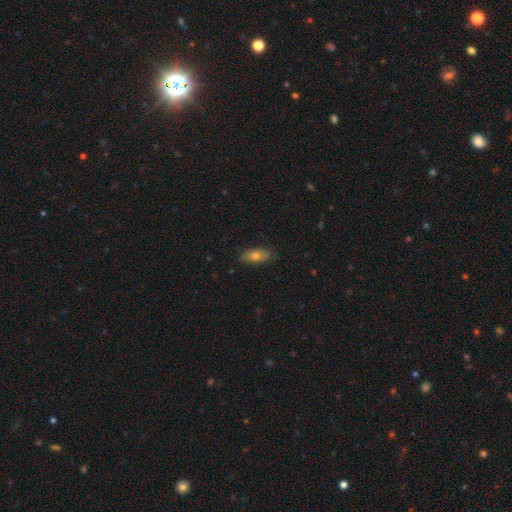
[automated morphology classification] type=smooth (66%); roundness=in between (83%); merging=none (84%).